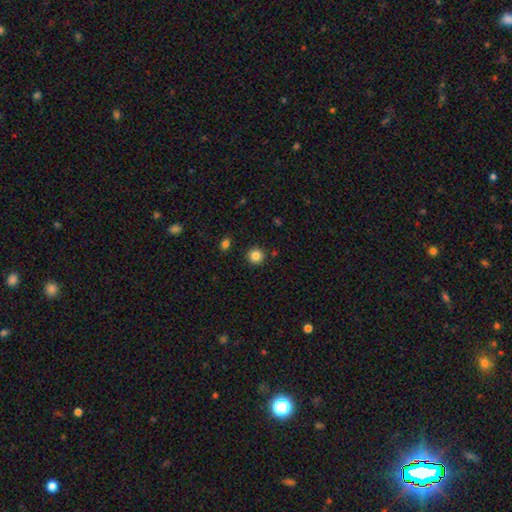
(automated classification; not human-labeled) A smooth galaxy with no disk features (85%) that is round (94%). Merging: none (90%).